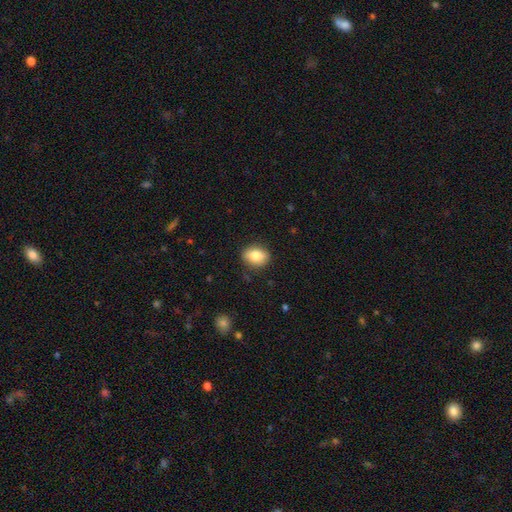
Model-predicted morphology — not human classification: This is clearly a smooth galaxy (80%). How rounded: likely in between (66%). Merging: clearly none (86%).